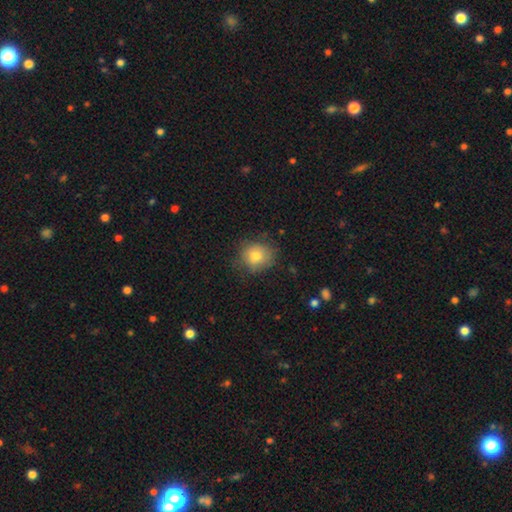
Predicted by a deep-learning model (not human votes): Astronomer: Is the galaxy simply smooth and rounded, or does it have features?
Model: smooth — 79%.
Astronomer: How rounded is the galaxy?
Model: round — 77%.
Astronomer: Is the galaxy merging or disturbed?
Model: none — 72%.